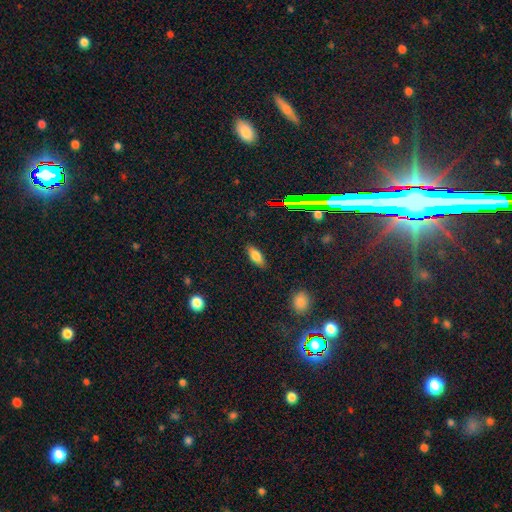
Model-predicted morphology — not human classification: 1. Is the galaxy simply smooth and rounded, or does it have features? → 76% smooth, 14% featured or disk, 11% star or artifact.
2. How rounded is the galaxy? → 78% in between, 19% cigar-shaped, 3% round.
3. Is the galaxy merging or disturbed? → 86% none, 10% minor disturbance, 3% major disturbance, 1% merger.